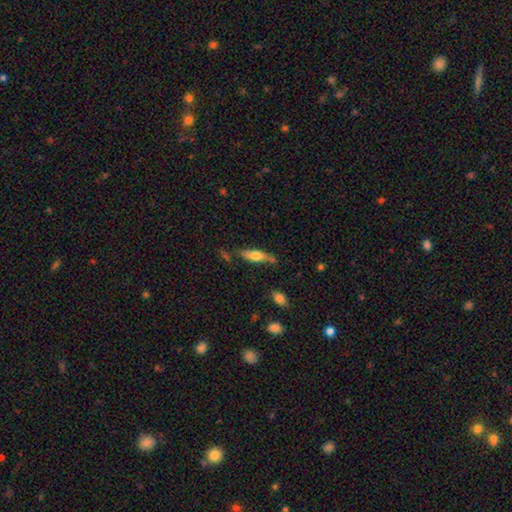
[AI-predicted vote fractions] The model was most divided on "how rounded": cigar-shaped: 54%, in between: 43%, round: 3%. More confident: merging — none (64%); smooth or featured — smooth (57%).